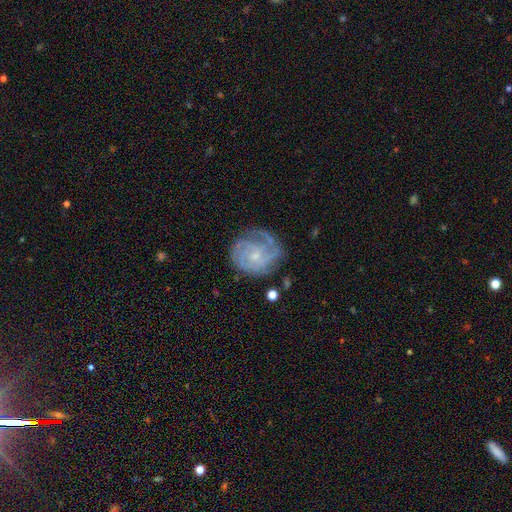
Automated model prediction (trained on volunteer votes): Smooth or featured? featured or disk (82%)
Edge-on disk? no (98%)
Bar? no (67%)
Spiral arms? yes (94%)
Spiral winding? tight (62%)
Spiral arm count? 3 (29%, tied with can't tell)
Bulge size? small (71%)
Merging? none (64%)